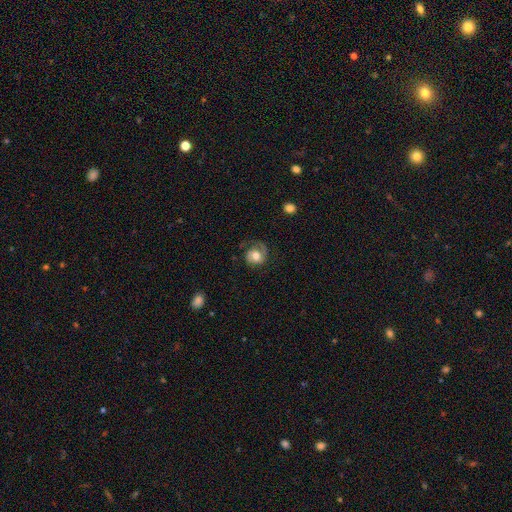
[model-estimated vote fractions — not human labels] This is possibly a featured or disk galaxy (48%). Merging: possibly none (60%).